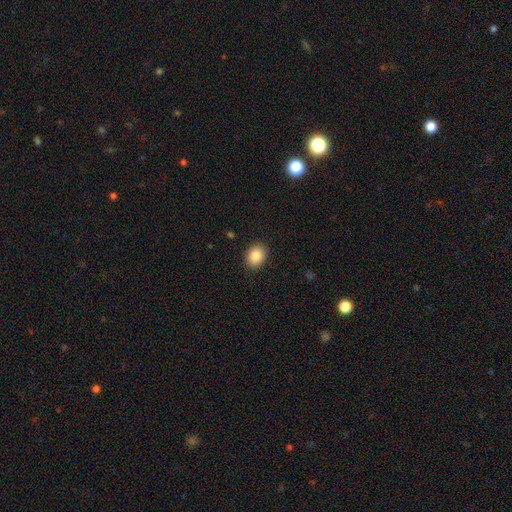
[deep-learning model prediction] smooth_or_featured: smooth (p=0.87) [alt: star or artifact p=0.08]
how_rounded: round (p=0.53) [alt: in between p=0.47]
merging: none (p=0.89) [alt: minor disturbance p=0.08]